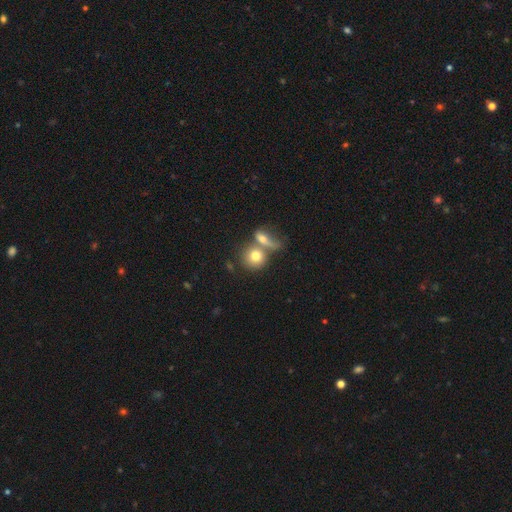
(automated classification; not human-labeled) Smooth or featured: smooth — 74% (featured or disk — 17%)
How rounded: round — 75% (in between — 22%)
Merging: merger — 50% (none — 36%)